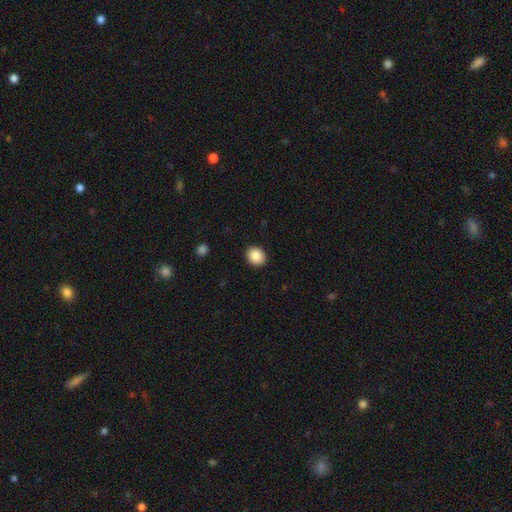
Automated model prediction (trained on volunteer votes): This appears to be a smooth galaxy with no disk features (87%) that is round (67%). Merging: none (91%).